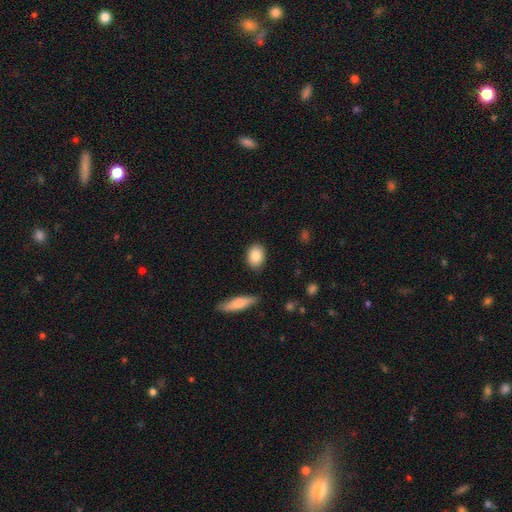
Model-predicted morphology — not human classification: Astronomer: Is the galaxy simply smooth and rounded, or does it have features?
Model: smooth — 85%.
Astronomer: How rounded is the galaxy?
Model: in between — 69%.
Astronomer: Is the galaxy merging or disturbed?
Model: none — 87%.